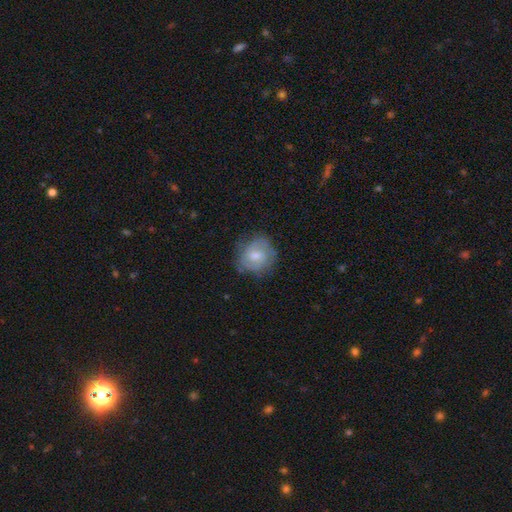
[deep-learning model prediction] A smooth galaxy with no disk features (47%).

Vote fractions:
- Smooth or featured? smooth: 47% / featured or disk: 46% / star or artifact: 7%
- Merging? none: 67% / minor disturbance: 23% / major disturbance: 8% / merger: 1%